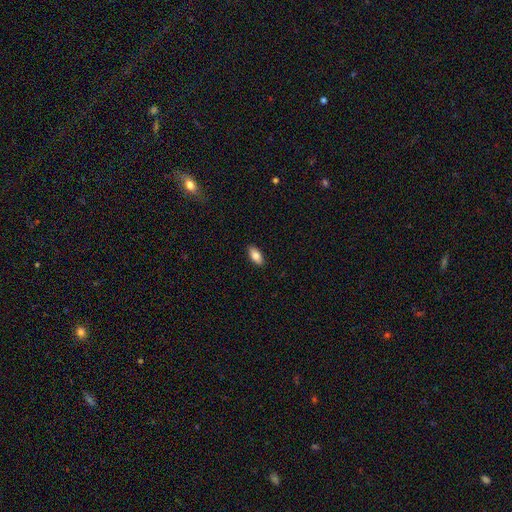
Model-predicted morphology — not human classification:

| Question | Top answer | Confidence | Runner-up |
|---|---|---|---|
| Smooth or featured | smooth | 82% | featured or disk (12%) |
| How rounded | in between | 90% | cigar-shaped (8%) |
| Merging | none | 90% | minor disturbance (8%) |